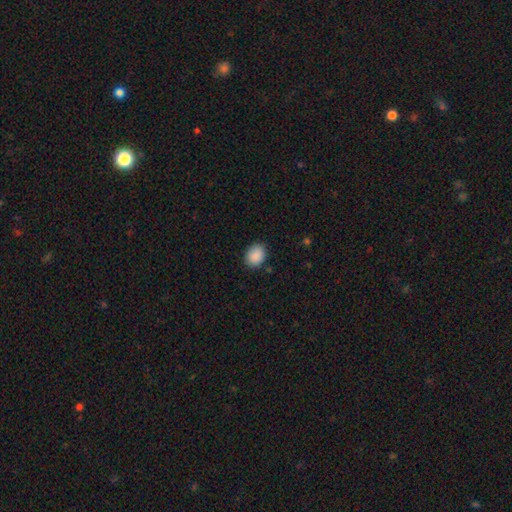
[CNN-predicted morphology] smooth_or_featured: smooth (p=0.89) [alt: star or artifact p=0.08]
how_rounded: in between (p=0.53) [alt: round p=0.46]
merging: none (p=0.85) [alt: minor disturbance p=0.11]